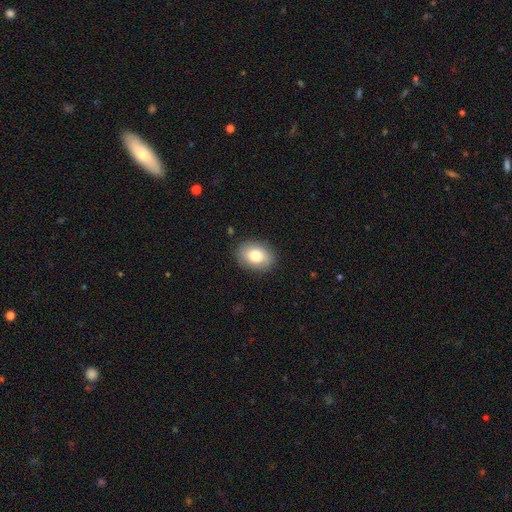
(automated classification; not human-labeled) This appears to be a smooth galaxy with no disk features (79%) that is in between round and cigar-shaped (73%). Merging: none (86%).